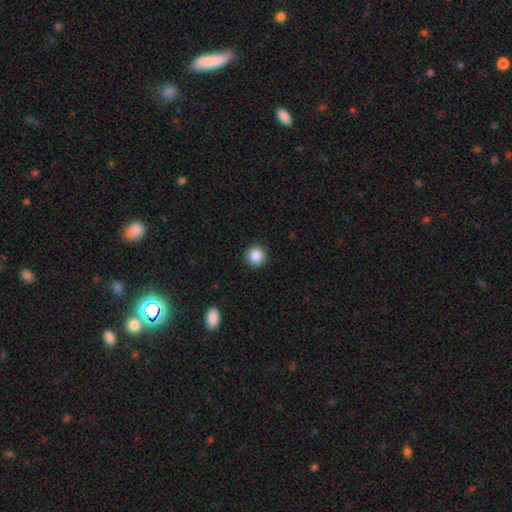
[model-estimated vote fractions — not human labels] The model was most divided on "smooth or featured": smooth: 86%, star or artifact: 10%, featured or disk: 4%. More confident: how rounded — round (95%); merging — none (93%).